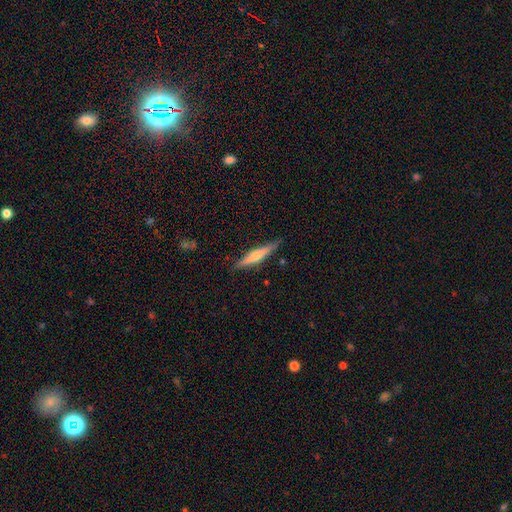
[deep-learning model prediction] Overall: featured or disk (56%; smooth 38%). Edge-on disk: yes (96%). Edge-on bulge: rounded (78%). Merging: none (86%).